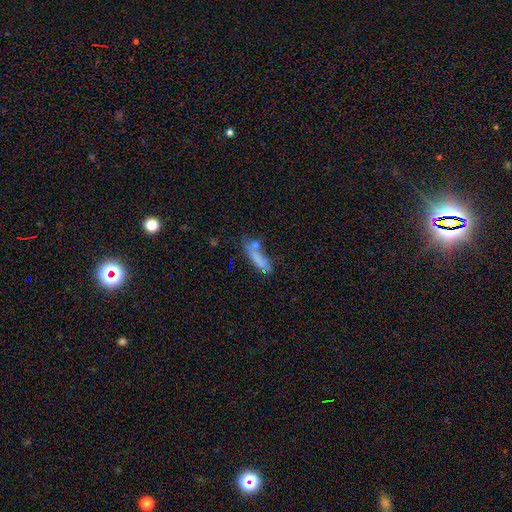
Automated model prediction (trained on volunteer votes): smooth 67%, featured or disk 20%, star or artifact 13%. Down the decision tree: how rounded — cigar-shaped (72%); merging — none (54%).